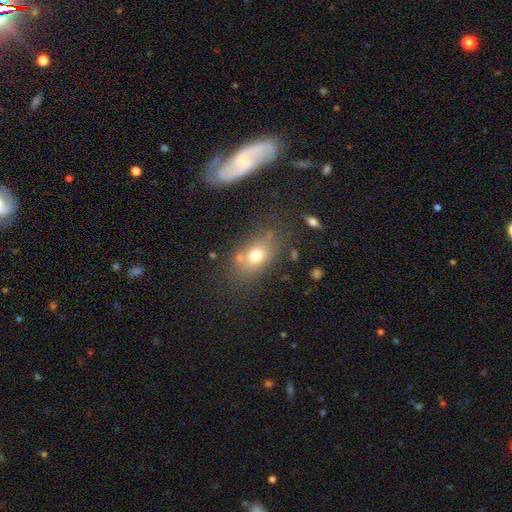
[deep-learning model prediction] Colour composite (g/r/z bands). It shows a smooth galaxy with no disk features (71%) that is in between round and cigar-shaped (73%). Merging: none (69%).